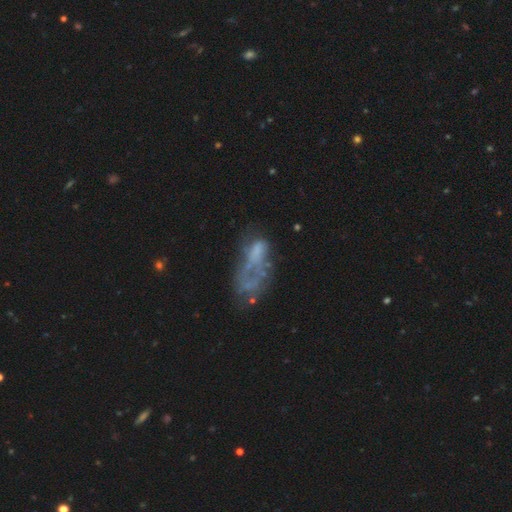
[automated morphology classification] The model was most divided on "merging": major disturbance: 36%, none: 28%, minor disturbance: 18%, merger: 18%. More confident: edge-on disk — no (95%); smooth or featured — featured or disk (51%).